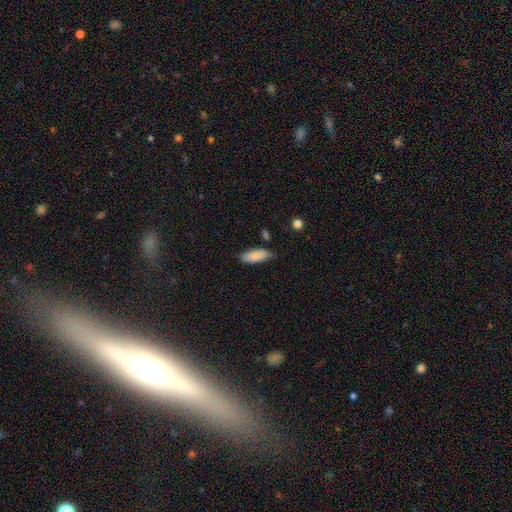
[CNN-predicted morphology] Overall: smooth (85%). How rounded: in between (76%). Merging: none (77%).